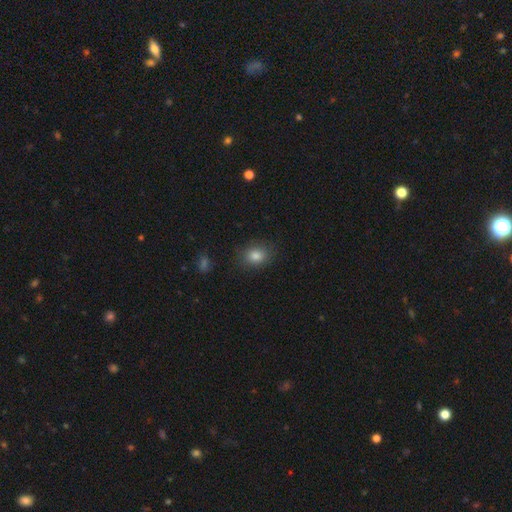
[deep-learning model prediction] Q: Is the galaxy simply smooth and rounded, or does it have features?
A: smooth — 83%.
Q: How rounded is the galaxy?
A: round — 58%.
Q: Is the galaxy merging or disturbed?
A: none — 85%.